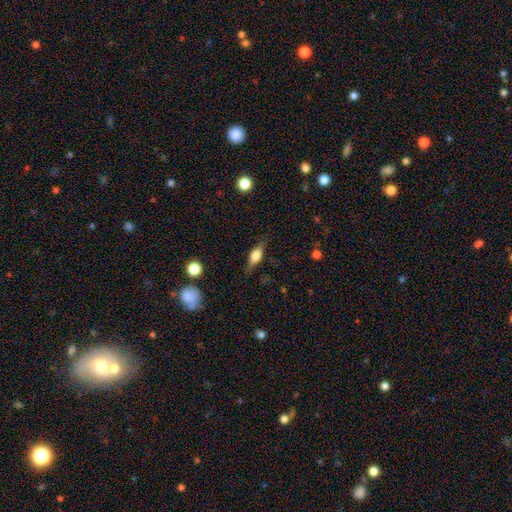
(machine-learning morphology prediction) A smooth galaxy with no disk features (48%). Merging: none (79%).